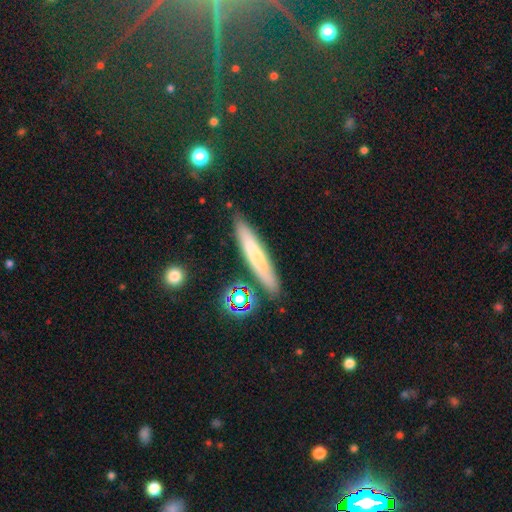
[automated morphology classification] Smooth or featured: smooth — 56% (featured or disk — 30%)
How rounded: cigar-shaped — 91% (in between — 7%)
Merging: none — 84% (minor disturbance — 10%)